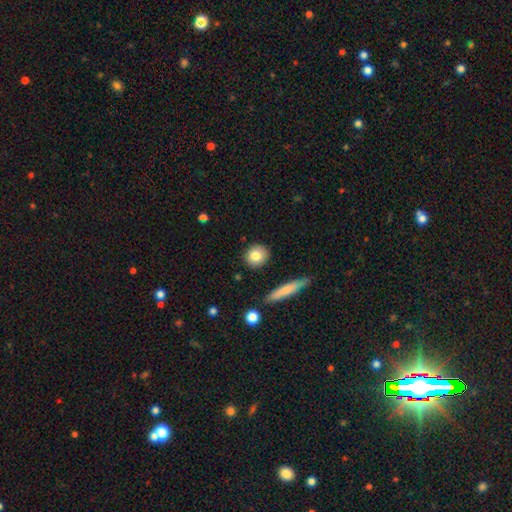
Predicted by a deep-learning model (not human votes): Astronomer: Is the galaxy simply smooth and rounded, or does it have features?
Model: smooth — 81%.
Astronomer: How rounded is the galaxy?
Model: round — 86%.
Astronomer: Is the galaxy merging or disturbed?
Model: none — 88%.